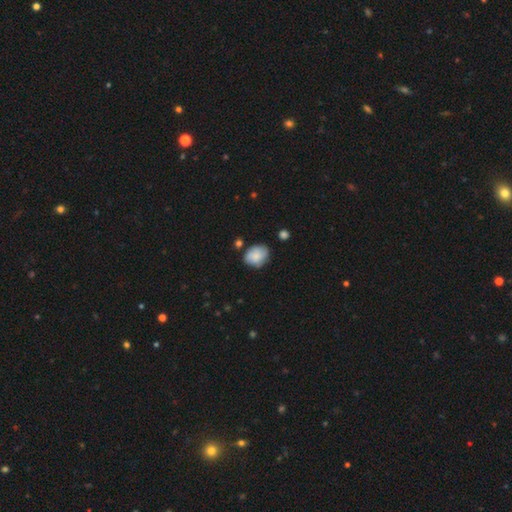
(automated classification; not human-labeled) Smooth or featured: smooth — 77% (featured or disk — 16%)
How rounded: in between — 58% (round — 41%)
Merging: none — 64% (minor disturbance — 26%)